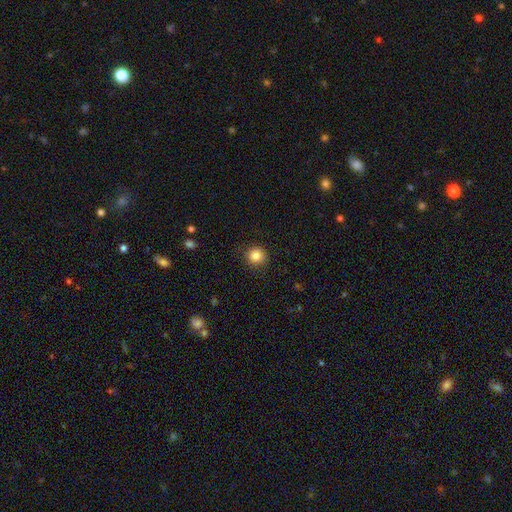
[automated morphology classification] Smooth or featured: smooth — 85% (star or artifact — 11%)
How rounded: round — 92% (in between — 7%)
Merging: none — 90% (minor disturbance — 7%)